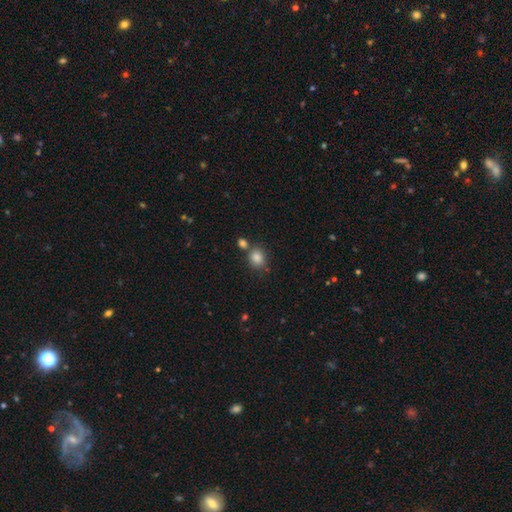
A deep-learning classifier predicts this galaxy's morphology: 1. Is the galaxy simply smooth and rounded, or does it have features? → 83% smooth, 12% star or artifact, 5% featured or disk.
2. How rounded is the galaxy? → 70% round, 29% in between, 1% cigar-shaped.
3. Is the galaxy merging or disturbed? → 70% none, 15% merger, 12% minor disturbance, 3% major disturbance.